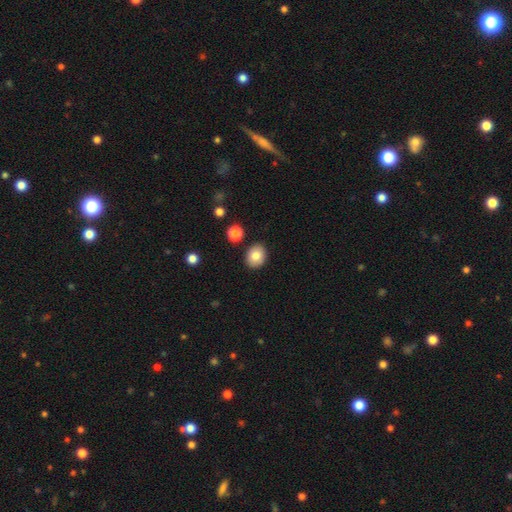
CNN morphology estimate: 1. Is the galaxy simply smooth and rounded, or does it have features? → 81% smooth, 10% featured or disk, 9% star or artifact.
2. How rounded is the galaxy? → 53% round, 46% in between, 1% cigar-shaped.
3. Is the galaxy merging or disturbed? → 88% none, 8% minor disturbance, 2% merger, 2% major disturbance.